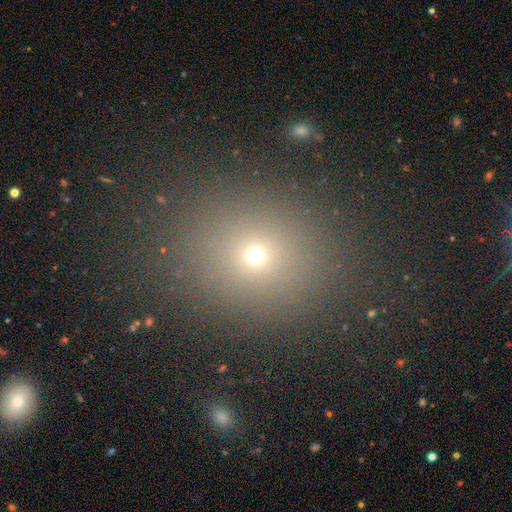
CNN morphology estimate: Overall: smooth (66%). How rounded: round (75%). Merging: none (86%).